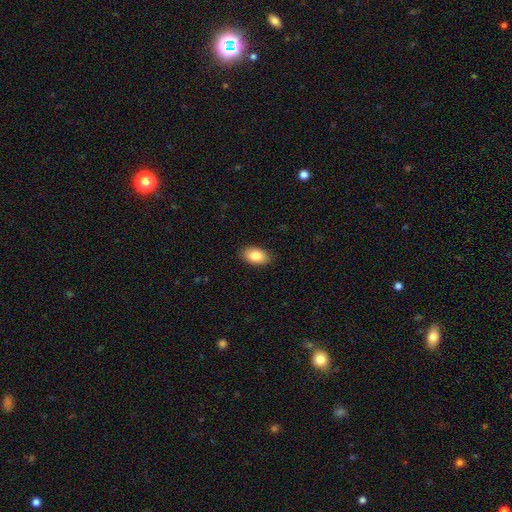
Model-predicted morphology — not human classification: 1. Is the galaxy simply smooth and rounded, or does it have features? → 85% smooth, 8% featured or disk, 7% star or artifact.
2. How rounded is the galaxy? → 93% in between, 5% round, 2% cigar-shaped.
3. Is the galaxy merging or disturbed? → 89% none, 8% minor disturbance, 2% major disturbance, 1% merger.